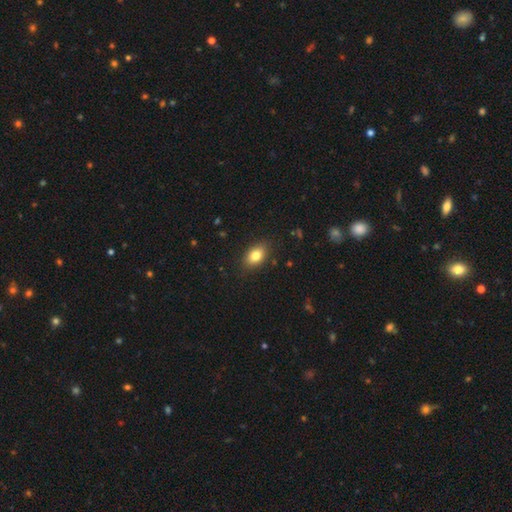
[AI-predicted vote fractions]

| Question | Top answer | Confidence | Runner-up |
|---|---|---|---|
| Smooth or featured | smooth | 81% | featured or disk (10%) |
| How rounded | in between | 83% | round (15%) |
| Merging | none | 86% | minor disturbance (11%) |